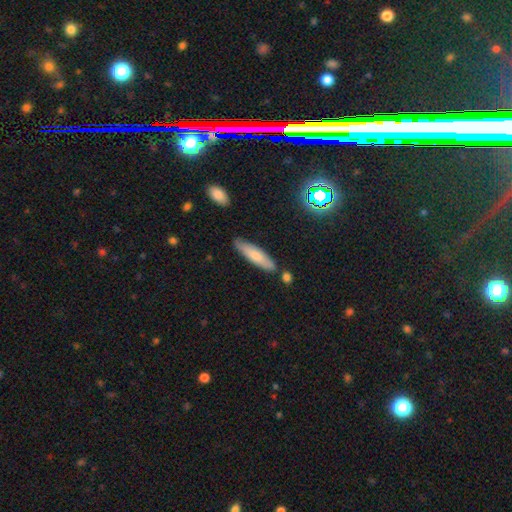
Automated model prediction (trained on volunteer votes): smooth-or-featured: smooth: 73% | featured or disk: 21% | star or artifact: 7%
  how-rounded: cigar-shaped: 72% | in between: 27% | round: 1%
  merging: none: 80% | minor disturbance: 13% | merger: 5% | major disturbance: 2%